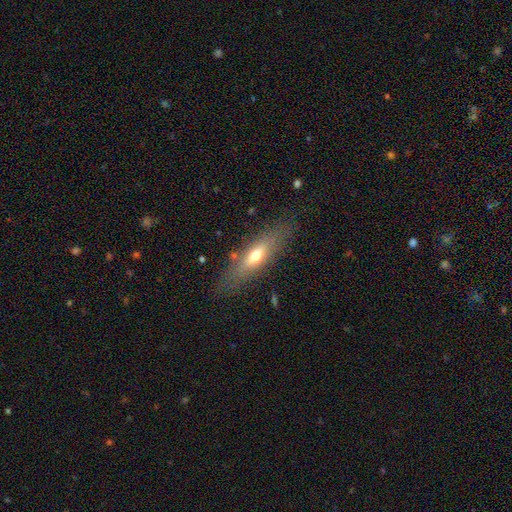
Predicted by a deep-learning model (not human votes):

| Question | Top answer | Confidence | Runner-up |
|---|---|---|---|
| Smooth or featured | smooth | 50% | featured or disk (43%) |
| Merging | none | 78% | minor disturbance (14%) |